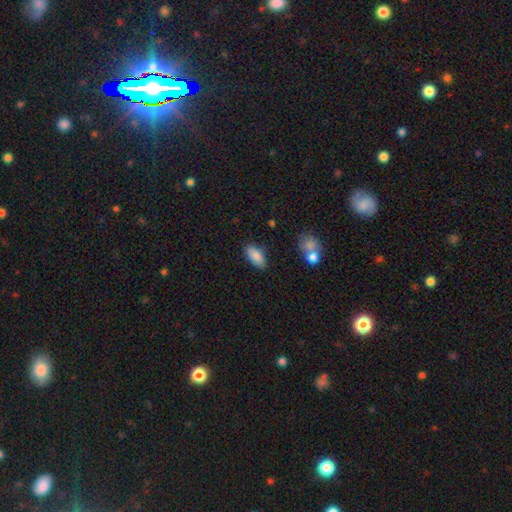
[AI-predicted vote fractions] A smooth galaxy with no disk features (86%) that is in between round and cigar-shaped (87%). Merging: none (80%).